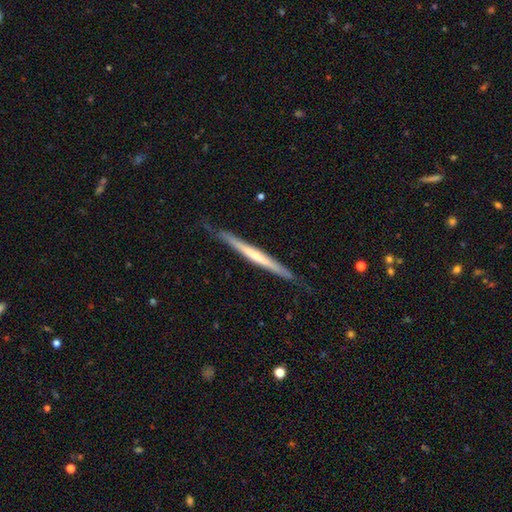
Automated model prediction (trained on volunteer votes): A featured or disk galaxy (58%) viewed edge-on (96%) with no central bulge (67%). Merging: none (81%).